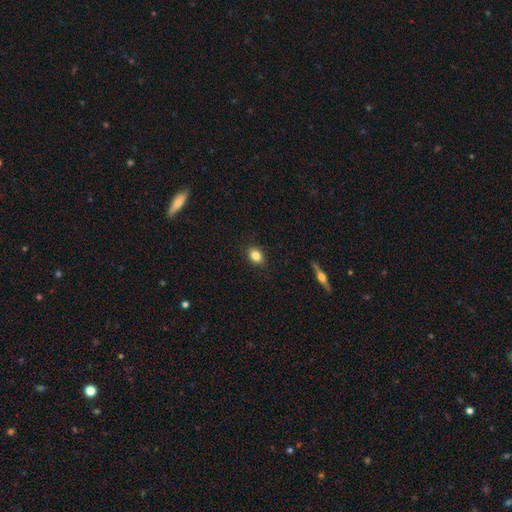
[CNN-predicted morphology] Smooth or featured: smooth — 84% (star or artifact — 10%)
How rounded: in between — 51% (round — 47%)
Merging: none — 89% (minor disturbance — 8%)